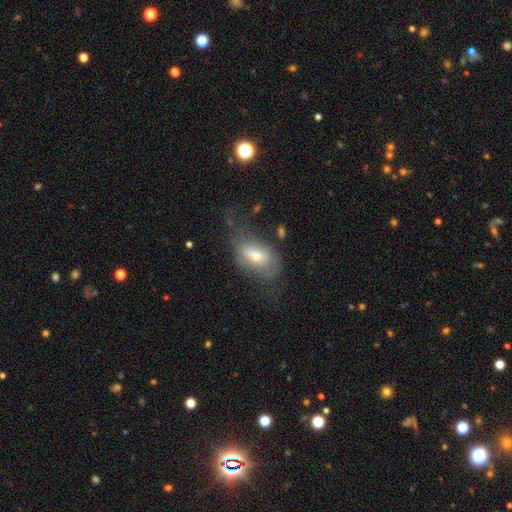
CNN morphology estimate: Overall: smooth (45%; featured or disk 41%). Merging: none (44%; minor disturbance 27%).